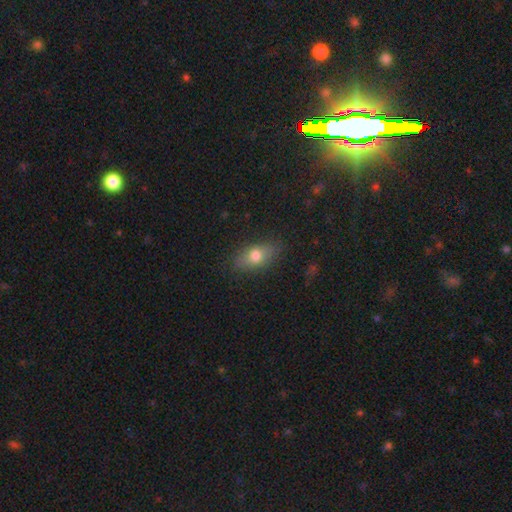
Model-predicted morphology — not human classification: smooth 71%, featured or disk 19%, star or artifact 10%. Down the decision tree: how rounded — in between (82%); merging — none (79%).